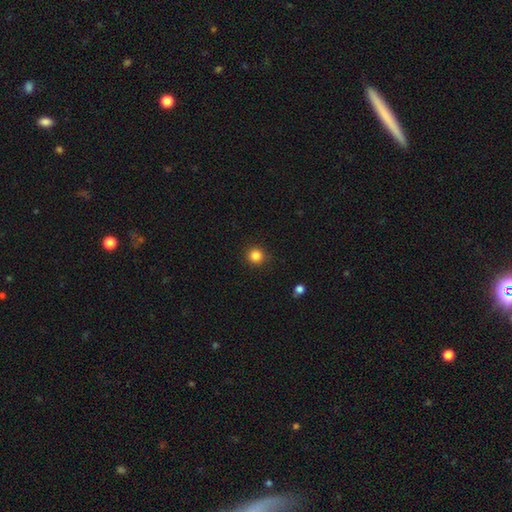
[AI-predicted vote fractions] This is clearly a smooth galaxy (85%). How rounded: clearly round (94%). Merging: clearly none (90%).